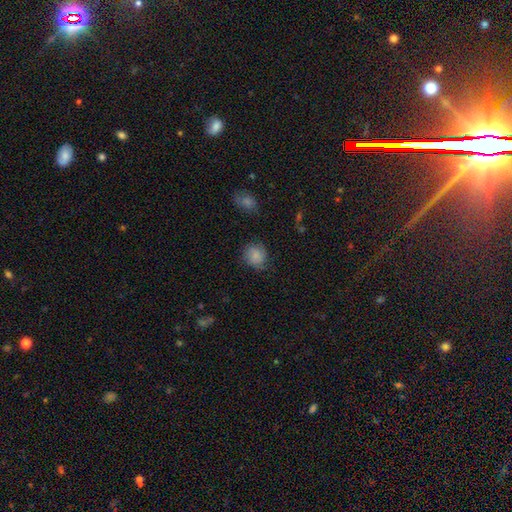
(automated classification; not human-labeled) smooth-or-featured: smooth: 79% | featured or disk: 13% | star or artifact: 8%
  how-rounded: round: 77% | in between: 22% | cigar-shaped: 1%
  merging: none: 69% | minor disturbance: 23% | major disturbance: 6% | merger: 2%